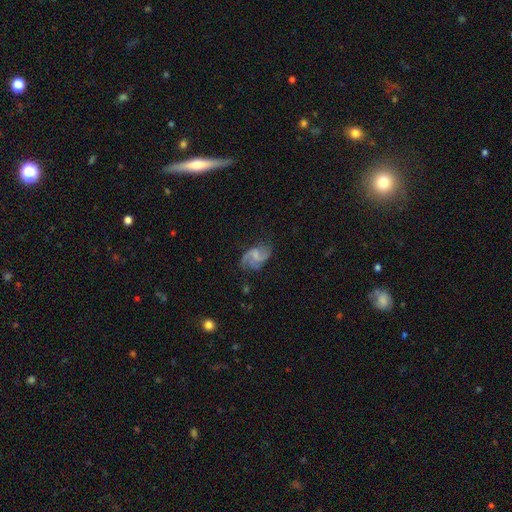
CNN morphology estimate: Smooth or featured: featured or disk — 78% (smooth — 15%)
Edge-on disk: no — 98% (yes — 2%)
Bar: weak — 47% (no — 42%)
Spiral arms: yes — 94% (no — 6%)
Spiral winding: medium — 45% (loose — 41%)
Spiral arm count: 2 — 48% (3 — 28%)
Bulge size: small — 44% (none — 31%)
Merging: none — 58% (minor disturbance — 22%)